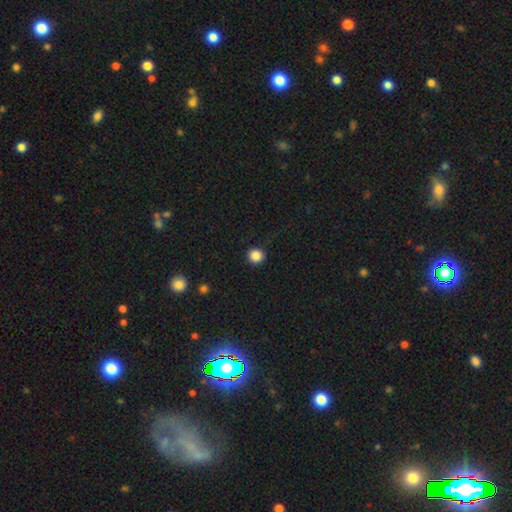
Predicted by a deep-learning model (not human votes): Smooth or featured? Predicted: smooth (p=0.87). How rounded? Predicted: round (p=0.95). Merging? Predicted: none (p=0.91).